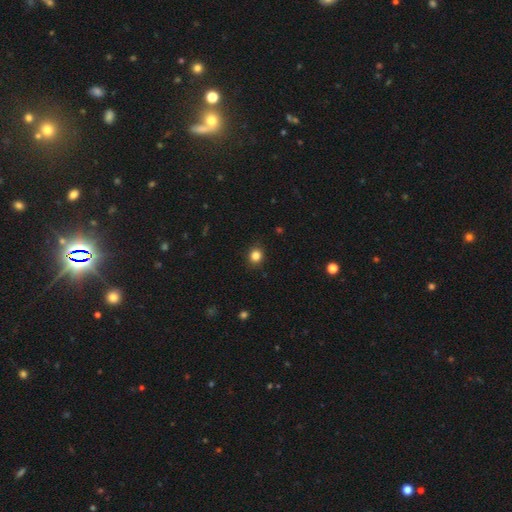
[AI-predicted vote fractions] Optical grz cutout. It shows a smooth galaxy with no disk features (84%) that is round (79%). Merging: none (90%).